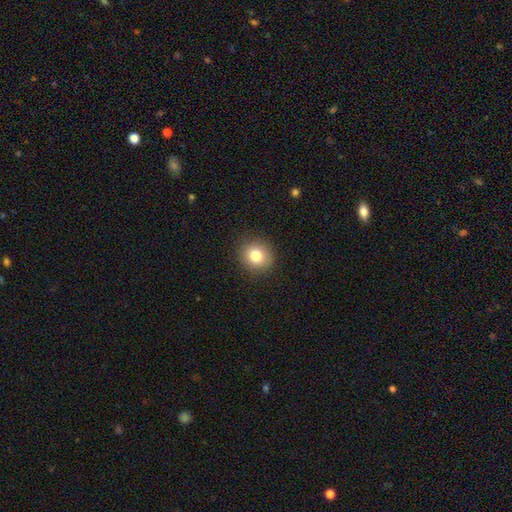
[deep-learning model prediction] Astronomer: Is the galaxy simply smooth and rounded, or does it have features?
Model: smooth — 81%.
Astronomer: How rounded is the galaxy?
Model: round — 85%.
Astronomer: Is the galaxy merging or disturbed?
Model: none — 90%.